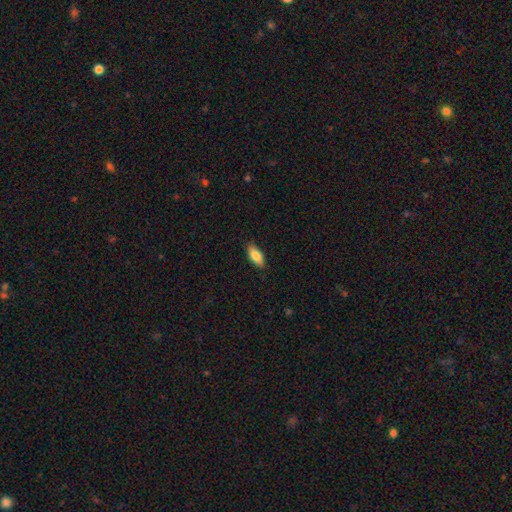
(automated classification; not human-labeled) A smooth galaxy with no disk features (83%) that is in between round and cigar-shaped (84%). Merging: none (86%).